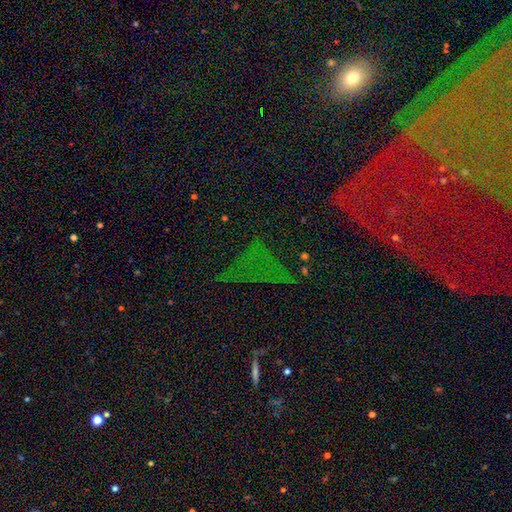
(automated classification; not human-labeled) smooth_or_featured: star or artifact (p=0.69) [alt: smooth p=0.16]